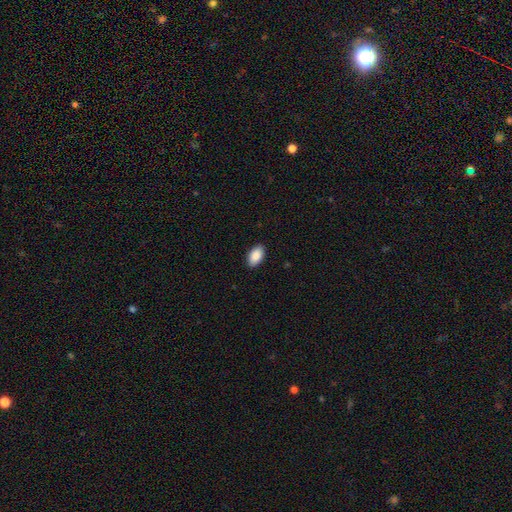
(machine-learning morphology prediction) The model was most divided on "merging": none: 90%, minor disturbance: 7%, major disturbance: 2%, merger: 1%. More confident: how rounded — in between (95%); smooth or featured — smooth (90%).